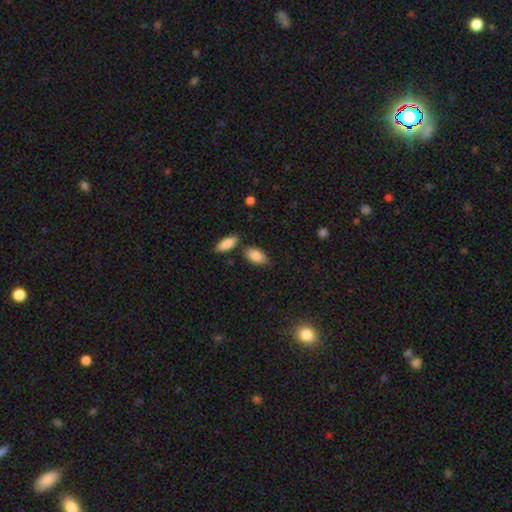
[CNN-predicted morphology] A smooth galaxy with no disk features (88%) that is in between round and cigar-shaped (92%). Merging: none (73%).